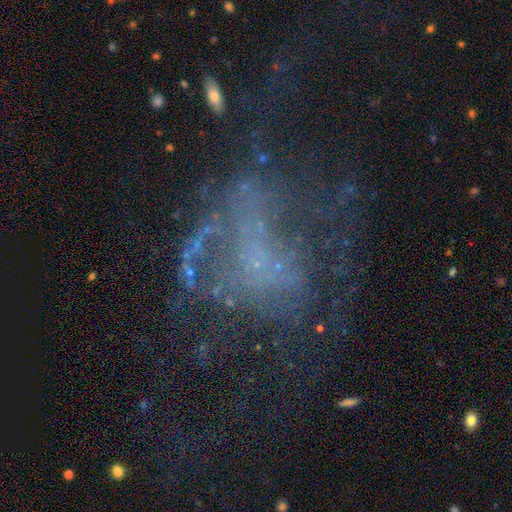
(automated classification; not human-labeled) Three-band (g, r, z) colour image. It shows a featured or disk galaxy (59%) with no bar (80%), no spiral arms (68%) and no central bulge (61%). Merging: major disturbance (50%).